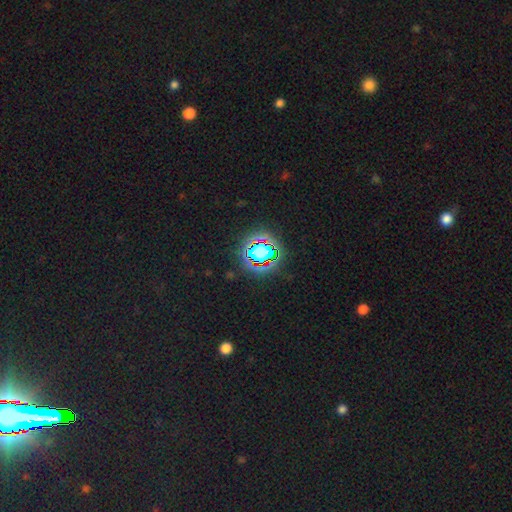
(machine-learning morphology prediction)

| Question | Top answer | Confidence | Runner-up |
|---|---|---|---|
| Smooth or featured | star or artifact | 76% | smooth (16%) |